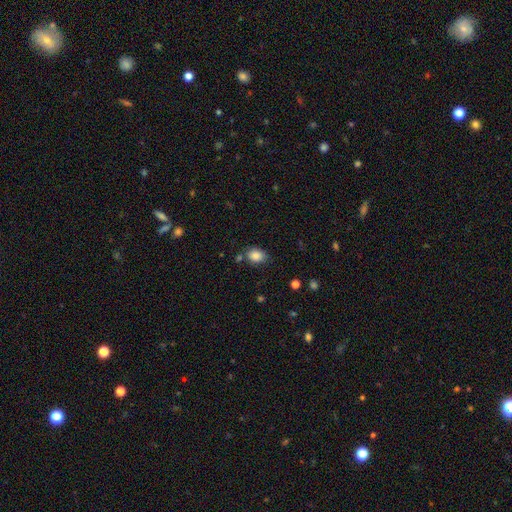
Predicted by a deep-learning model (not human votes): smooth-or-featured: smooth: 85% | star or artifact: 9% | featured or disk: 6%
  how-rounded: in between: 68% | round: 30% | cigar-shaped: 1%
  merging: none: 71% | minor disturbance: 18% | merger: 7% | major disturbance: 4%